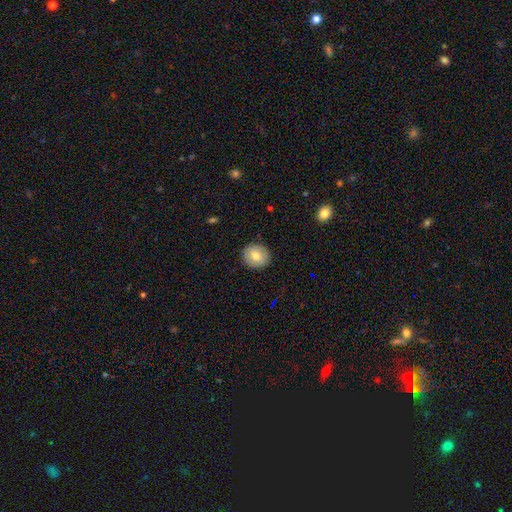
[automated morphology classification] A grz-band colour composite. It shows a smooth galaxy with no disk features (74%) that is round (80%). Merging: none (89%).